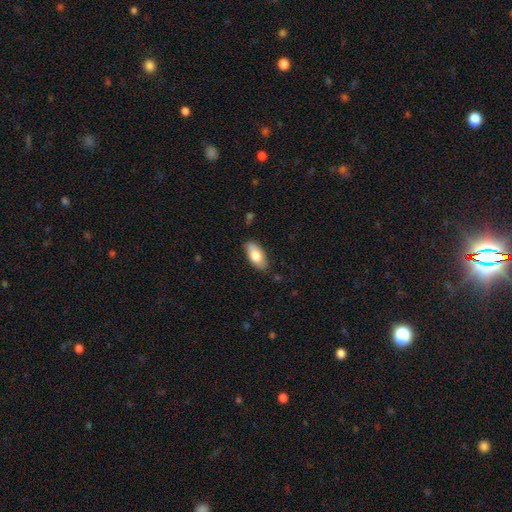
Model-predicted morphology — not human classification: The model was most divided on "smooth or featured": smooth: 77%, featured or disk: 17%, star or artifact: 6%. More confident: how rounded — in between (90%); merging — none (83%).